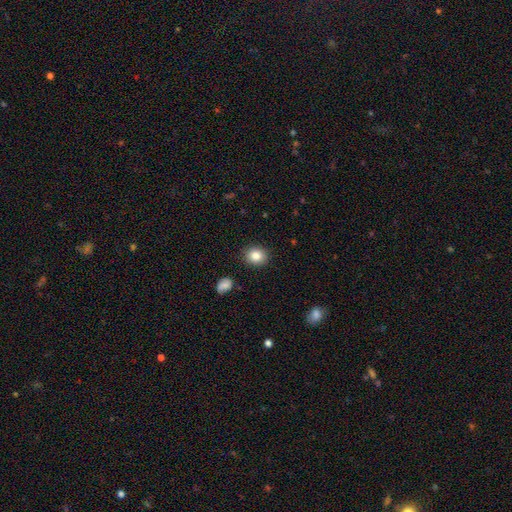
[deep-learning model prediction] smooth-or-featured: smooth: 85% | star or artifact: 9% | featured or disk: 6%
  how-rounded: round: 68% | in between: 31% | cigar-shaped: 1%
  merging: none: 88% | minor disturbance: 8% | major disturbance: 2% | merger: 2%